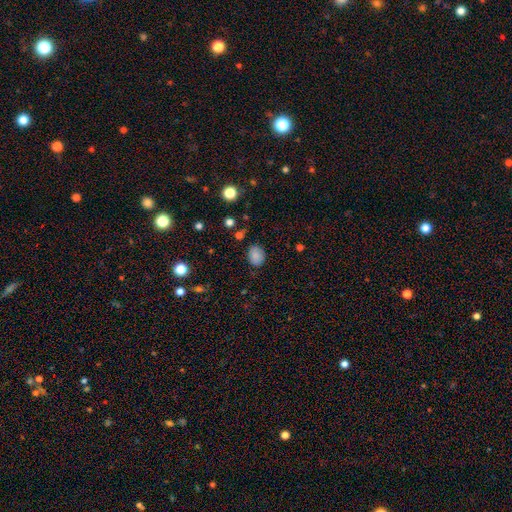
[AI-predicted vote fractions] Morphology: type=smooth (83%); roundness=in between (66%); merging=none (79%).